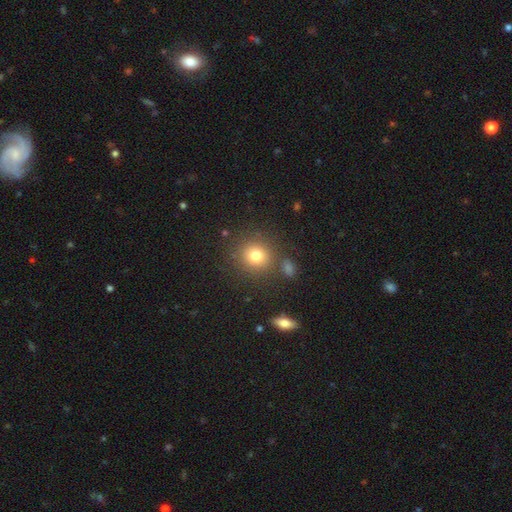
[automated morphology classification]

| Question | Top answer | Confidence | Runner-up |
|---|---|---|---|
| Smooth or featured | smooth | 78% | star or artifact (14%) |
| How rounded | round | 89% | in between (10%) |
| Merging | none | 83% | minor disturbance (8%) |